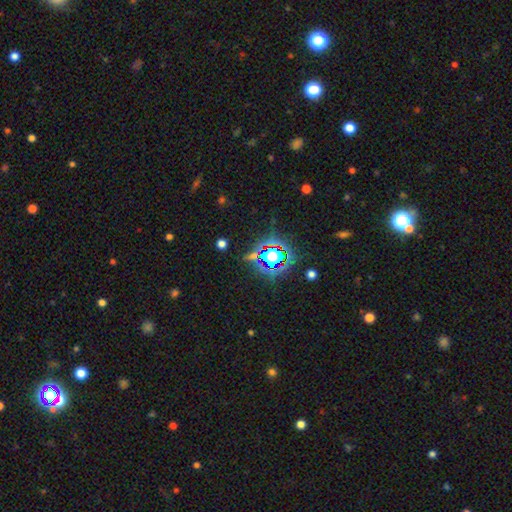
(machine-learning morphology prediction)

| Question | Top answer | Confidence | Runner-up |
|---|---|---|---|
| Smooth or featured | star or artifact | 76% | smooth (15%) |